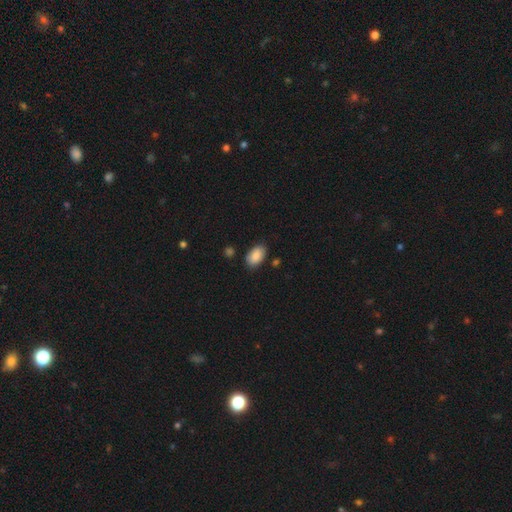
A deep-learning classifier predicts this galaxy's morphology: A smooth galaxy with no disk features (87%) that is in between round and cigar-shaped (93%).

Vote fractions:
- Smooth or featured? smooth: 87% / star or artifact: 7% / featured or disk: 6%
- How rounded? in between: 93% / round: 6% / cigar-shaped: 1%
- Merging? none: 82% / minor disturbance: 13% / major disturbance: 3% / merger: 2%